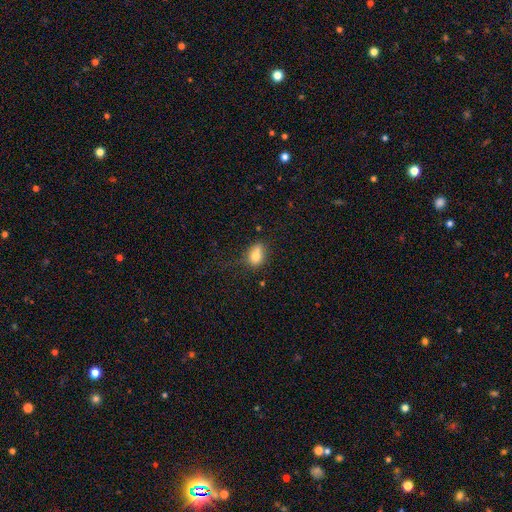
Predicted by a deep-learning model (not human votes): Q: Smooth or featured?
A: smooth (75%); runner-up: featured or disk (14%)
Q: How rounded?
A: in between (60%); runner-up: round (37%)
Q: Merging?
A: none (49%); runner-up: minor disturbance (29%)